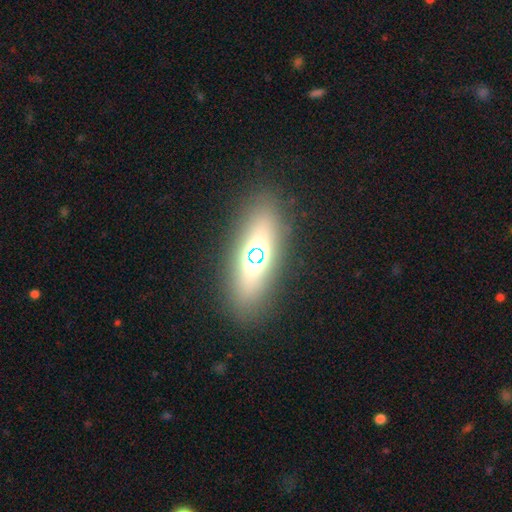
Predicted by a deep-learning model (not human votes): This is possibly a smooth galaxy (46%). Merging: clearly none (83%).